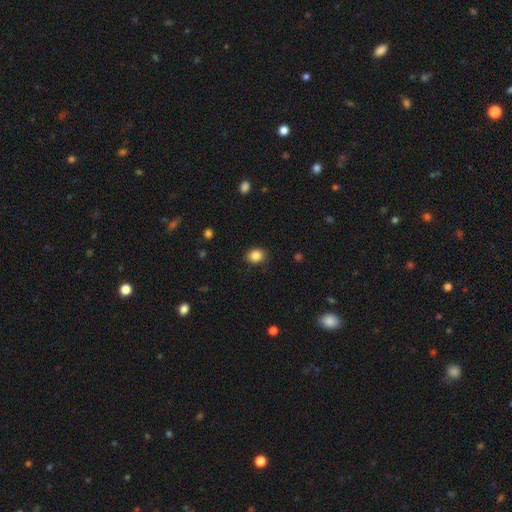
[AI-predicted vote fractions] A smooth galaxy with no disk features (86%) that is round (60%).

Vote fractions:
- Smooth or featured? smooth: 86% / star or artifact: 10% / featured or disk: 4%
- How rounded? round: 60% / in between: 39% / cigar-shaped: 1%
- Merging? none: 88% / minor disturbance: 9% / major disturbance: 2% / merger: 1%